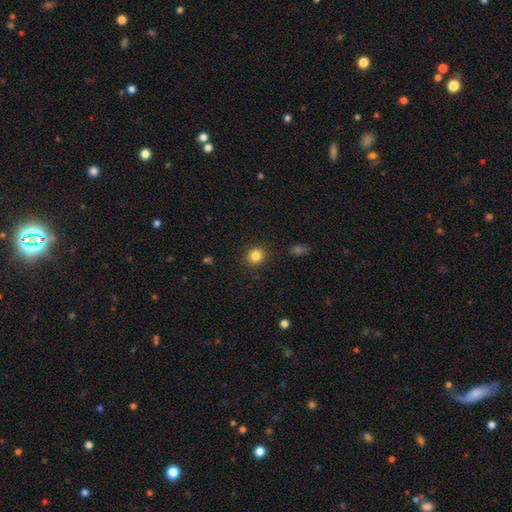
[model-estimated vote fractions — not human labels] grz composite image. It shows a smooth galaxy with no disk features (84%) that is round (86%). Merging: none (90%).